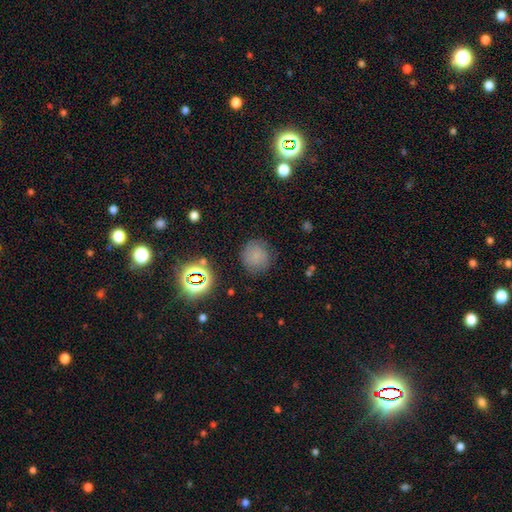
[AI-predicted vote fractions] Overall: smooth (72%). How rounded: round (90%). Merging: none (80%).